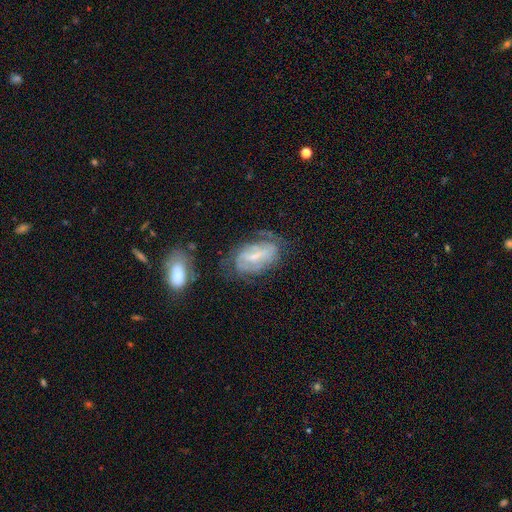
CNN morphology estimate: smooth-or-featured: featured or disk: 69% | smooth: 22% | star or artifact: 8%
  disk-edge-on: no: 94% | yes: 6%
    bar: weak: 46% | strong: 32% | no: 22%
    has-spiral-arms: yes: 80% | no: 20%
      spiral-winding: tight: 42% | medium: 39% | loose: 18%
      spiral-arm-count: 2: 50% | can't tell: 33% | 1: 7% | 3: 6% | 4: 2% | more than 4: 2%
    bulge-size: small: 57% | moderate: 26% | none: 13% | large: 2% | dominant: 1%
  merging: none: 54% | minor disturbance: 25% | major disturbance: 15% | merger: 5%